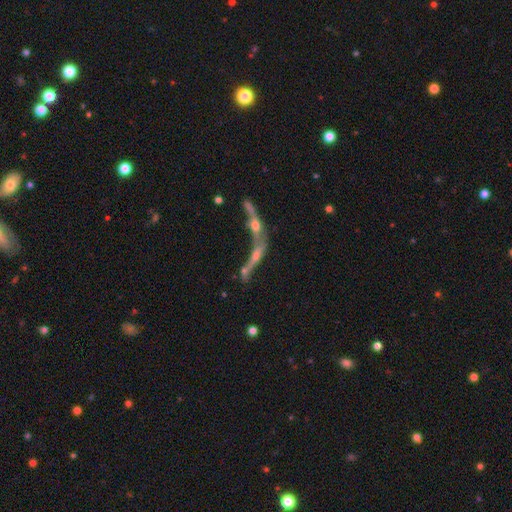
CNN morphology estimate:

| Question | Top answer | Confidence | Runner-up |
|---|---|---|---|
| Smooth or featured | featured or disk | 57% | smooth (24%) |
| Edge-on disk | no | 55% | yes (45%) |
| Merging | merger | 66% | none (15%) |